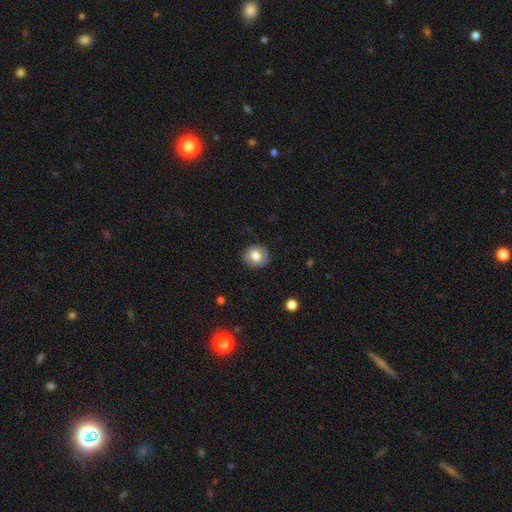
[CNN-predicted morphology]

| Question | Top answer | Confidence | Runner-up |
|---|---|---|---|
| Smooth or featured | smooth | 77% | featured or disk (15%) |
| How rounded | round | 79% | in between (21%) |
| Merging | none | 87% | minor disturbance (9%) |